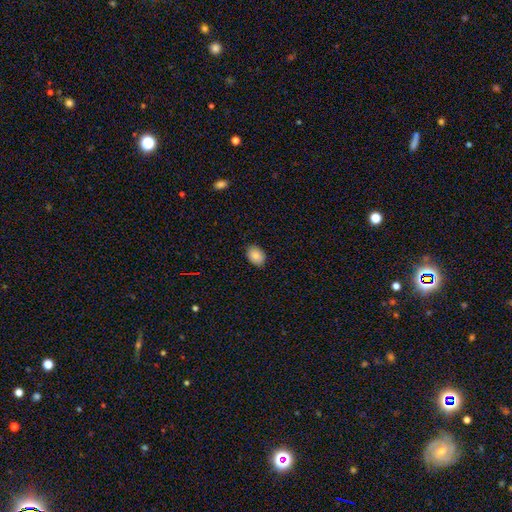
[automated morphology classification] type=smooth (86%); roundness=in between (77%); merging=none (88%).